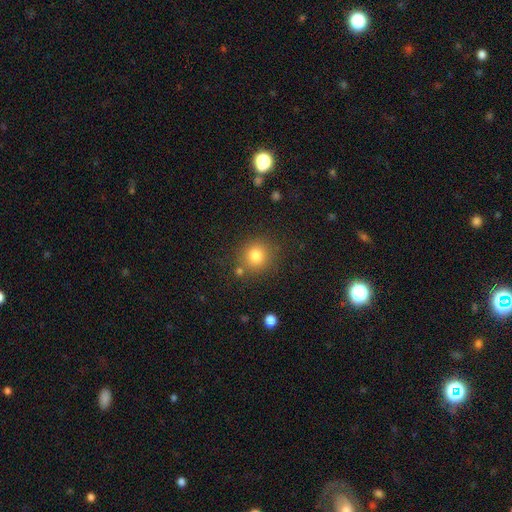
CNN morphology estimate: Overall: smooth (80%). How rounded: round (88%). Merging: none (80%).